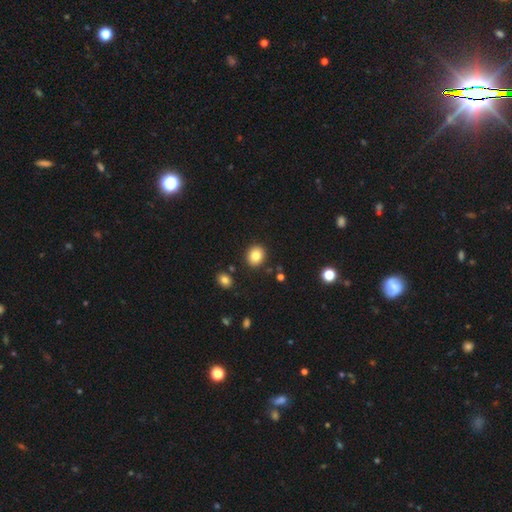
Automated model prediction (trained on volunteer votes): smooth-or-featured: smooth: 84% | star or artifact: 10% | featured or disk: 7%
  how-rounded: round: 71% | in between: 28% | cigar-shaped: 1%
  merging: none: 89% | minor disturbance: 6% | merger: 3% | major disturbance: 2%